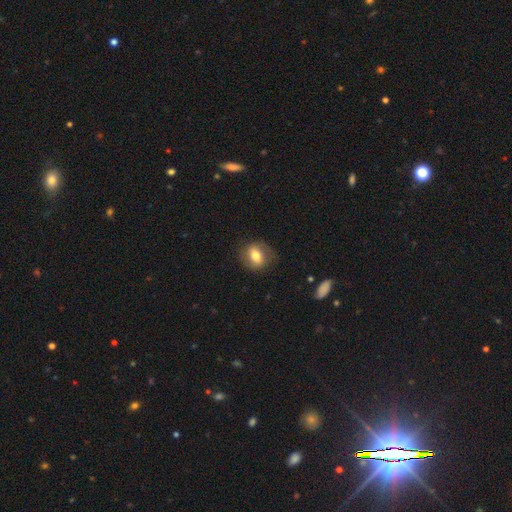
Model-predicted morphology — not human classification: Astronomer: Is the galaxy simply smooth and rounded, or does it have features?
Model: smooth — 65%.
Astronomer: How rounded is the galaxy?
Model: in between — 56% (runner-up: round, 43%).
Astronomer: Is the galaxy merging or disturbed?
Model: none — 75%.